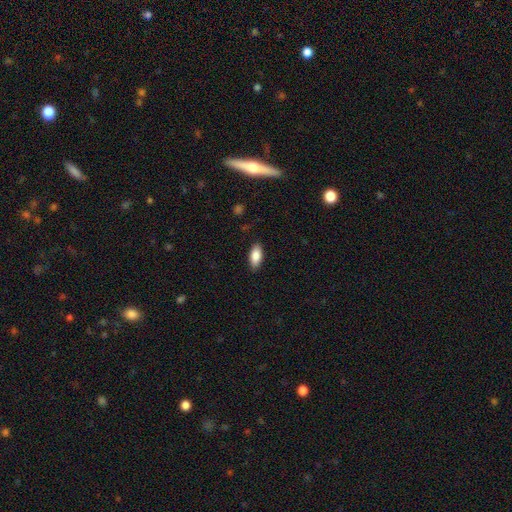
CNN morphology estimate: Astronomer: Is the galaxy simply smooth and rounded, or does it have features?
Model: smooth — 86%.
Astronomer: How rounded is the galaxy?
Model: in between — 89%.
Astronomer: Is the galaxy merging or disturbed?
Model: none — 87%.